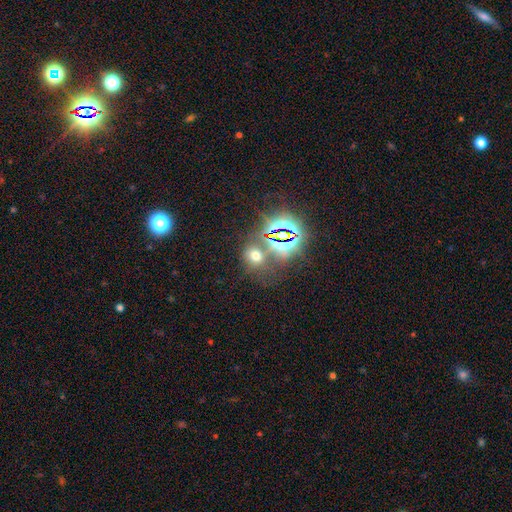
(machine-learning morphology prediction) A smooth galaxy with no disk features (47%).

Vote fractions:
- Smooth or featured? smooth: 47% / star or artifact: 44% / featured or disk: 9%
- Merging? none: 61% / merger: 18% / minor disturbance: 13% / major disturbance: 9%